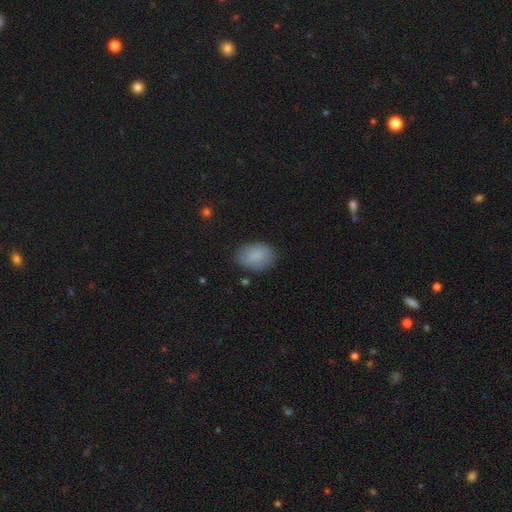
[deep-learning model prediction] Q: Smooth or featured?
A: smooth (86%); runner-up: star or artifact (7%)
Q: How rounded?
A: in between (84%); runner-up: round (15%)
Q: Merging?
A: none (79%); runner-up: minor disturbance (15%)